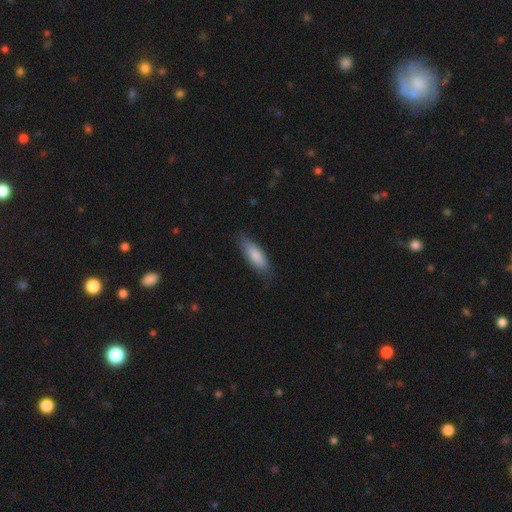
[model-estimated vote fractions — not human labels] smooth 81%, featured or disk 13%, star or artifact 6%. Down the decision tree: how rounded — in between (61%); merging — none (76%).